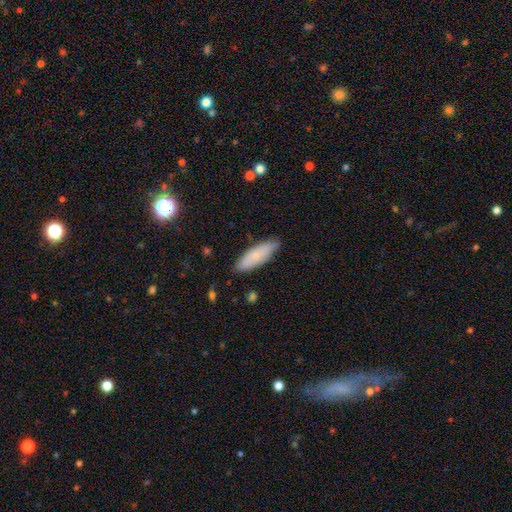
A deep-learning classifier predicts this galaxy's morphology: This is likely a smooth galaxy (72%). How rounded: possibly in between (55%). Merging: clearly none (83%).